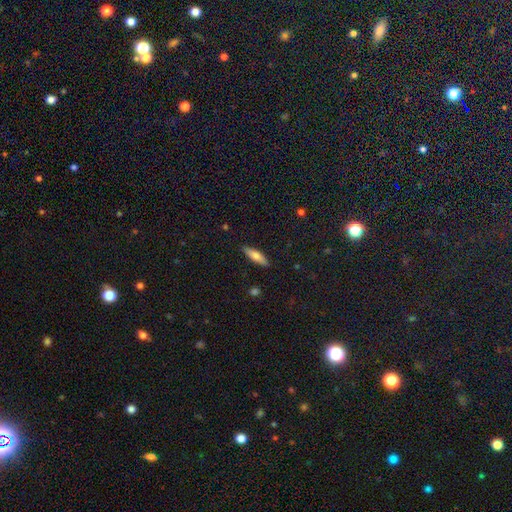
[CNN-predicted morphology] This appears to be a smooth galaxy with no disk features (68%) that is cigar-shaped (67%). Merging: none (89%).